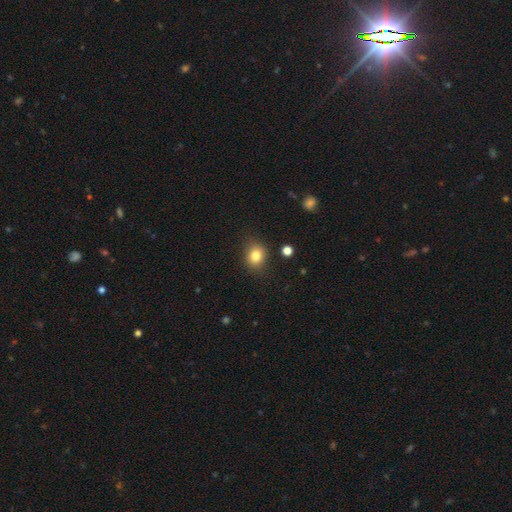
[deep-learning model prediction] This is clearly a smooth galaxy (82%). How rounded: likely round (65%). Merging: clearly none (82%).